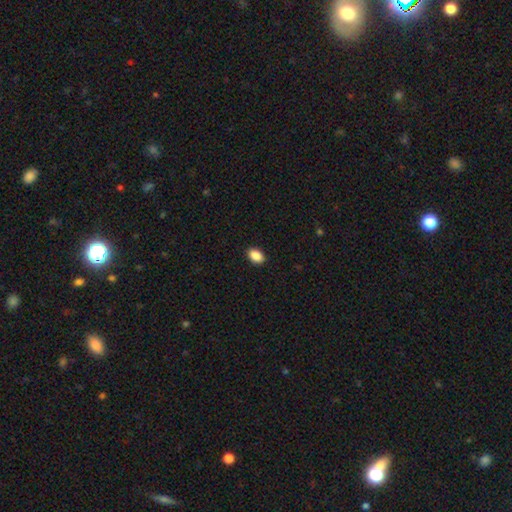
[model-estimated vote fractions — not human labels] Smooth or featured?
  - smooth: 89% *
  - star or artifact: 8%
  - featured or disk: 3%
How rounded?
  - in between: 83% *
  - round: 16%
  - cigar-shaped: 1%
Merging?
  - none: 90% *
  - minor disturbance: 7%
  - major disturbance: 2%
  - merger: 1%